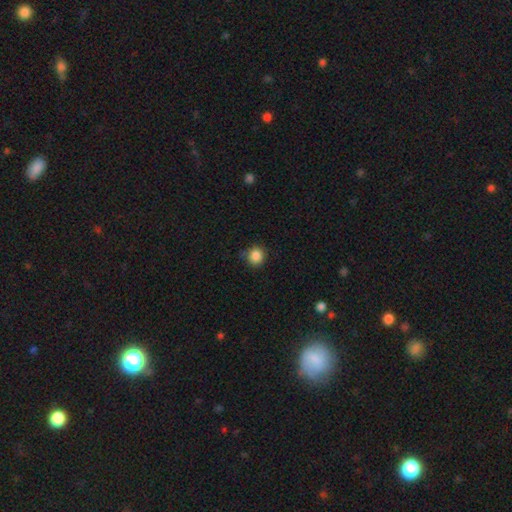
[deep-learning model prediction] Smooth or featured? smooth (86%)
How rounded? round (89%)
Merging? none (77%)